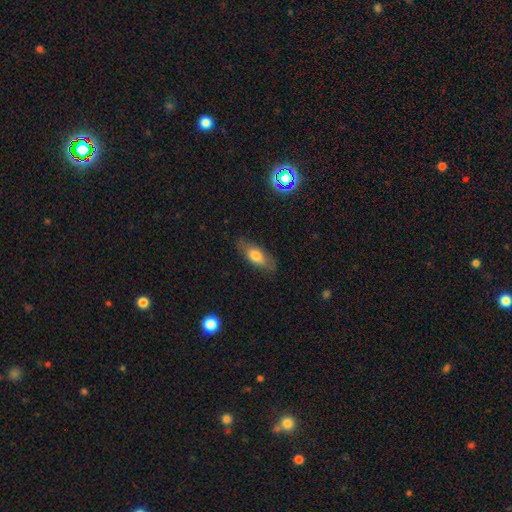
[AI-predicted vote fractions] Smooth or featured?
  - smooth: 68% *
  - featured or disk: 24%
  - star or artifact: 7%
How rounded?
  - in between: 70% *
  - cigar-shaped: 27%
  - round: 4%
Merging?
  - none: 81% *
  - minor disturbance: 15%
  - major disturbance: 3%
  - merger: 1%